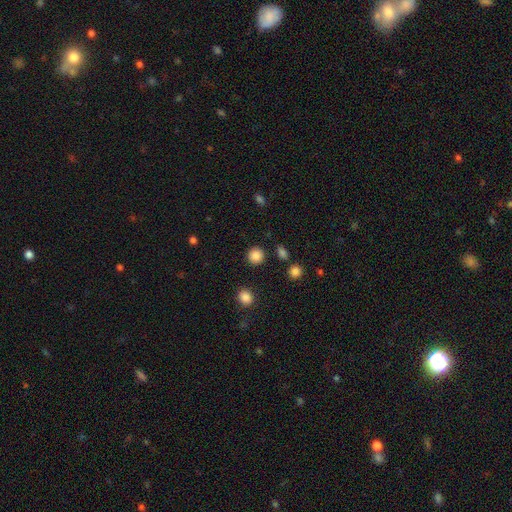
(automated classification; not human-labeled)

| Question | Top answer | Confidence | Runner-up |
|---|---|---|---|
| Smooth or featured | smooth | 86% | star or artifact (11%) |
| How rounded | round | 93% | in between (6%) |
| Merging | none | 90% | minor disturbance (5%) |